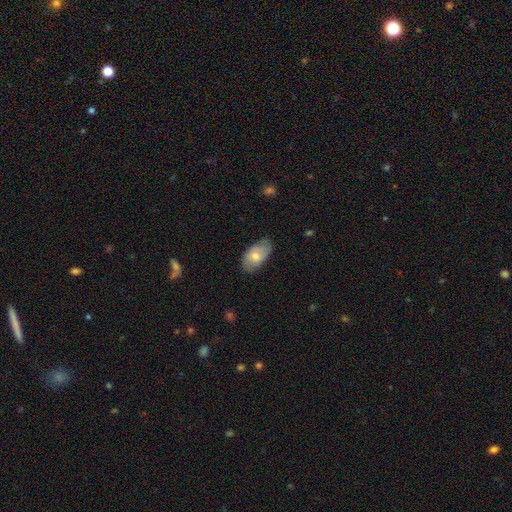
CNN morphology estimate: Smooth or featured: smooth — 70% (featured or disk — 24%)
How rounded: in between — 94% (round — 4%)
Merging: none — 71% (minor disturbance — 24%)